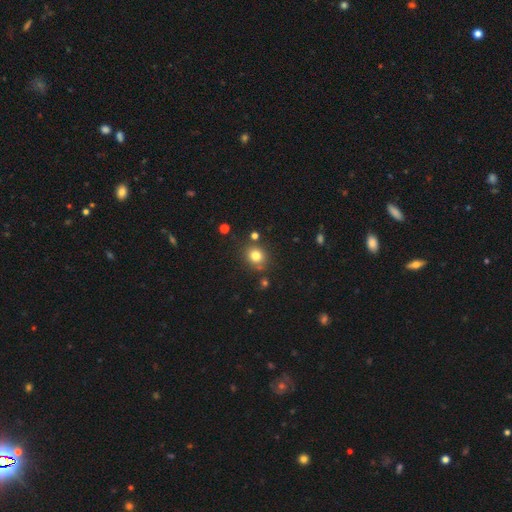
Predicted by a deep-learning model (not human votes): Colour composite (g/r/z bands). It shows a smooth galaxy with no disk features (79%) that is round (79%). Merging: none (80%).